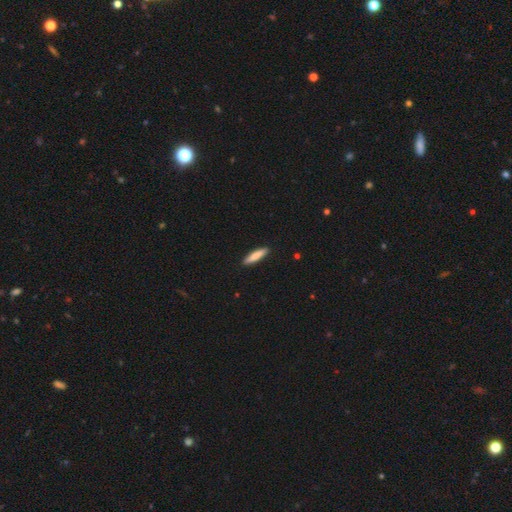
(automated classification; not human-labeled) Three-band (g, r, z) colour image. It shows a smooth galaxy with no disk features (83%) that is cigar-shaped (82%). Merging: none (91%).